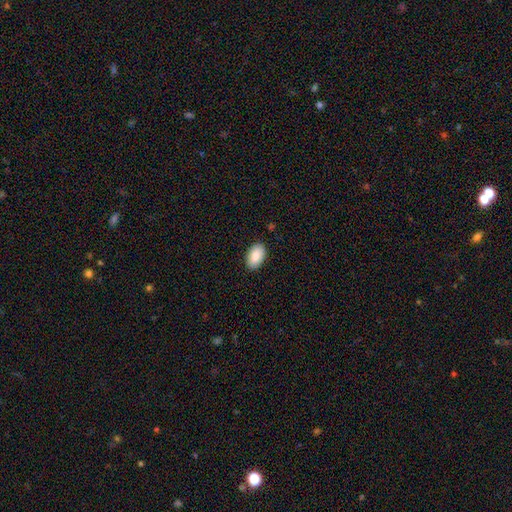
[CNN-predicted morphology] smooth_or_featured: smooth (p=0.84) [alt: featured or disk p=0.09]
how_rounded: in between (p=0.93) [alt: round p=0.05]
merging: none (p=0.88) [alt: minor disturbance p=0.09]